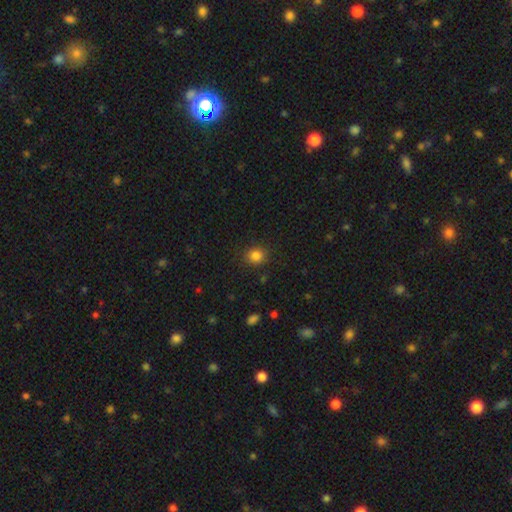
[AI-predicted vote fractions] Q: Smooth or featured?
A: smooth (83%); runner-up: star or artifact (12%)
Q: How rounded?
A: round (78%); runner-up: in between (21%)
Q: Merging?
A: none (87%); runner-up: minor disturbance (9%)